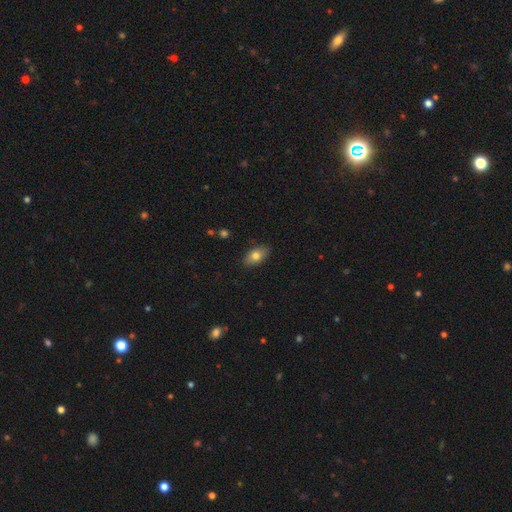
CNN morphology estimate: Smooth or featured?
  - smooth: 76% *
  - featured or disk: 16%
  - star or artifact: 8%
How rounded?
  - in between: 89% *
  - round: 7%
  - cigar-shaped: 4%
Merging?
  - none: 86% *
  - minor disturbance: 11%
  - major disturbance: 2%
  - merger: 1%